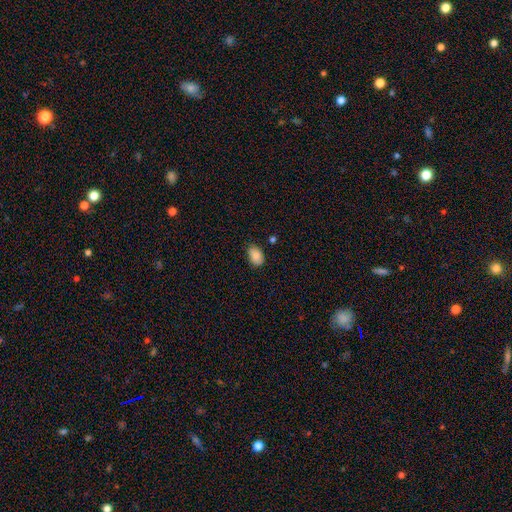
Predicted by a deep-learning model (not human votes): Smooth or featured?
  - smooth: 84% *
  - star or artifact: 8%
  - featured or disk: 8%
How rounded?
  - in between: 82% *
  - round: 17%
  - cigar-shaped: 1%
Merging?
  - none: 68% *
  - minor disturbance: 26%
  - major disturbance: 4%
  - merger: 2%